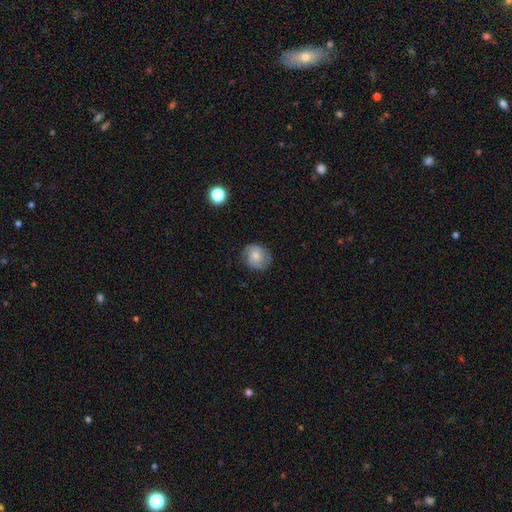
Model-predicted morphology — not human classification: smooth_or_featured: smooth (p=0.65) [alt: featured or disk p=0.26]
how_rounded: round (p=0.77) [alt: in between p=0.22]
merging: none (p=0.77) [alt: minor disturbance p=0.17]